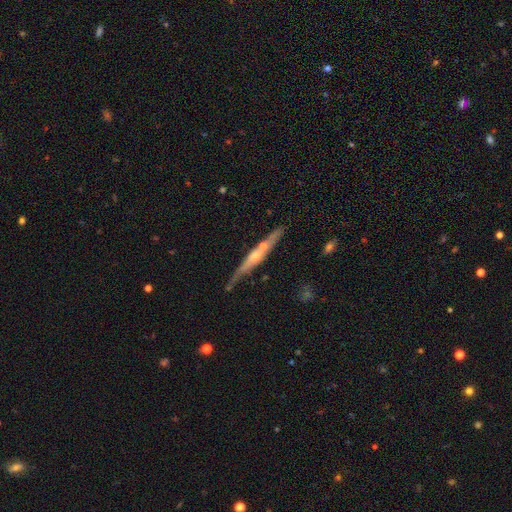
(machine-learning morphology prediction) This appears to be a featured or disk galaxy (72%) viewed edge-on (94%) with a rounded central bulge (73%). Merging: none (72%).